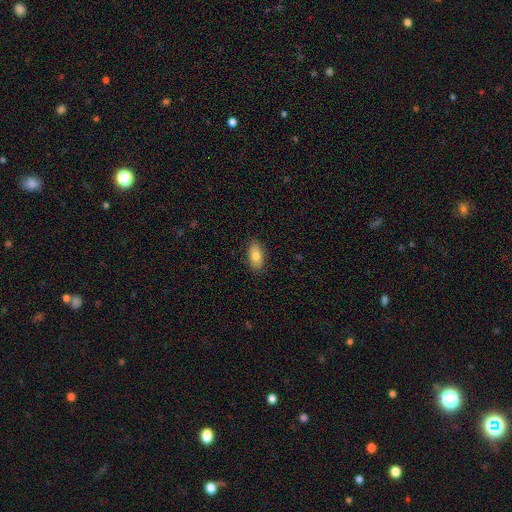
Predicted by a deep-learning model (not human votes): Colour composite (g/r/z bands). It shows a smooth galaxy with no disk features (79%) that is in between round and cigar-shaped (91%). Merging: none (86%).